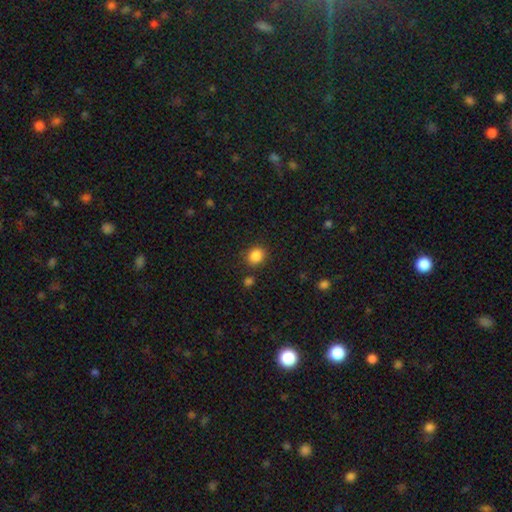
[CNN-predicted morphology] Q: Smooth or featured?
A: smooth (86%); runner-up: star or artifact (10%)
Q: How rounded?
A: round (65%); runner-up: in between (34%)
Q: Merging?
A: none (83%); runner-up: minor disturbance (10%)